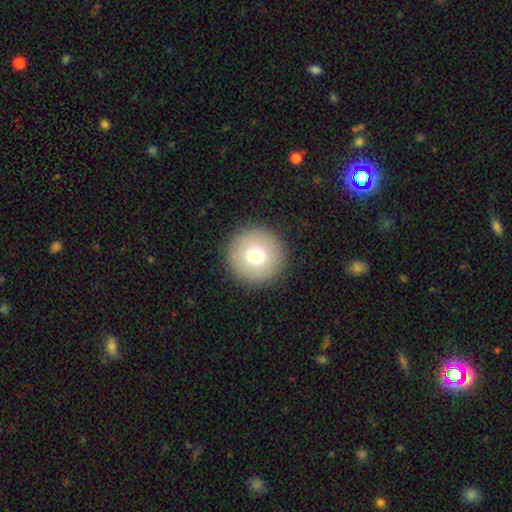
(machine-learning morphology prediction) A smooth galaxy with no disk features (73%) that is round (97%). Merging: none (92%).